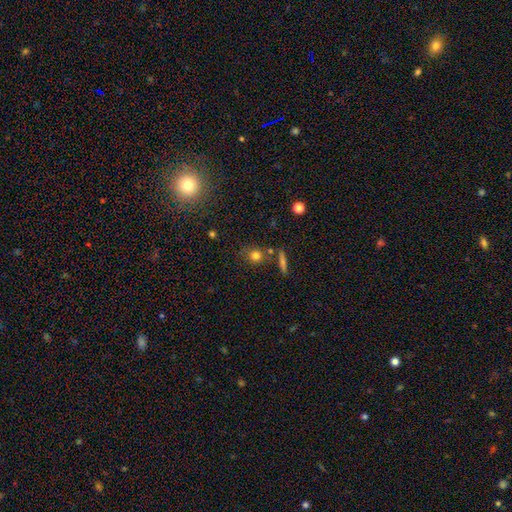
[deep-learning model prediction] Smooth or featured: smooth — 76% (star or artifact — 13%)
How rounded: round — 76% (in between — 20%)
Merging: none — 67% (merger — 15%)